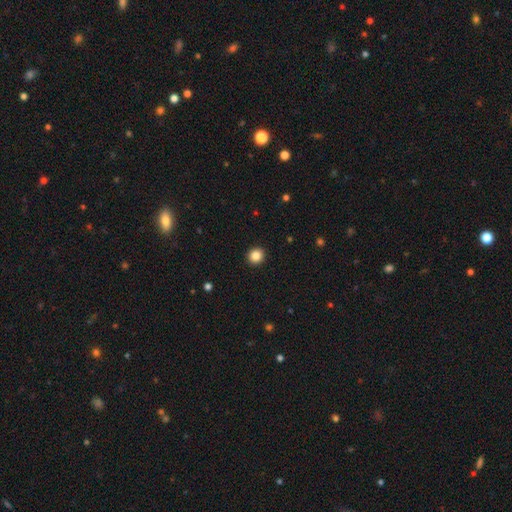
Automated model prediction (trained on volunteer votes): Smooth or featured: smooth — 85% (star or artifact — 10%)
How rounded: round — 91% (in between — 8%)
Merging: none — 93% (minor disturbance — 4%)